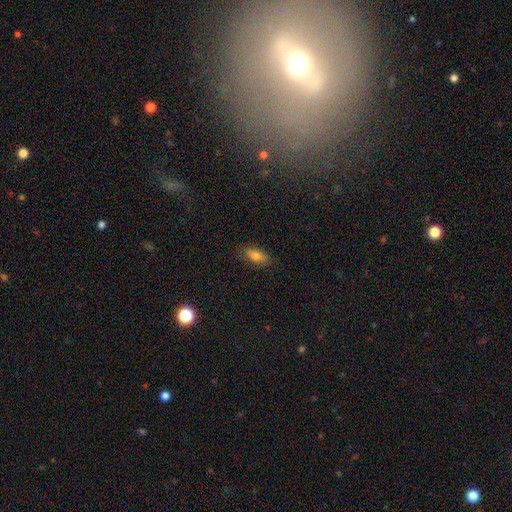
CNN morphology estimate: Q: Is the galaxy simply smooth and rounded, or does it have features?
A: smooth — 79%.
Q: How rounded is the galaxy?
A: in between — 84%.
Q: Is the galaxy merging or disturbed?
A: none — 84%.